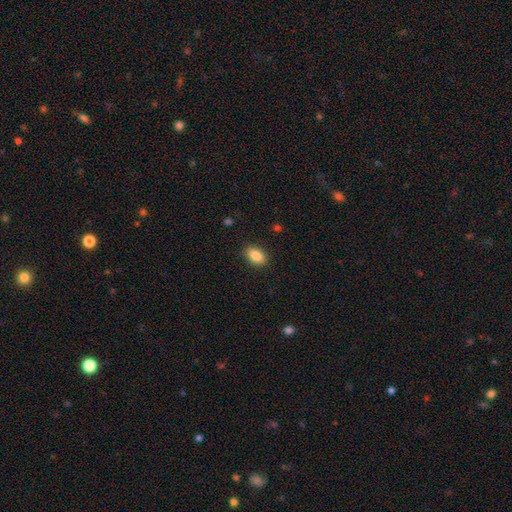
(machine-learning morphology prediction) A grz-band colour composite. It shows a smooth galaxy with no disk features (87%) that is in between round and cigar-shaped (89%). Merging: none (88%).